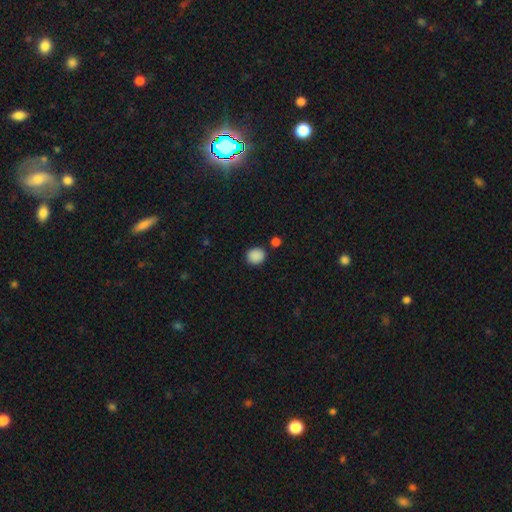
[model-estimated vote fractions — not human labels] A smooth galaxy with no disk features (88%) that is round (77%). Merging: none (83%).